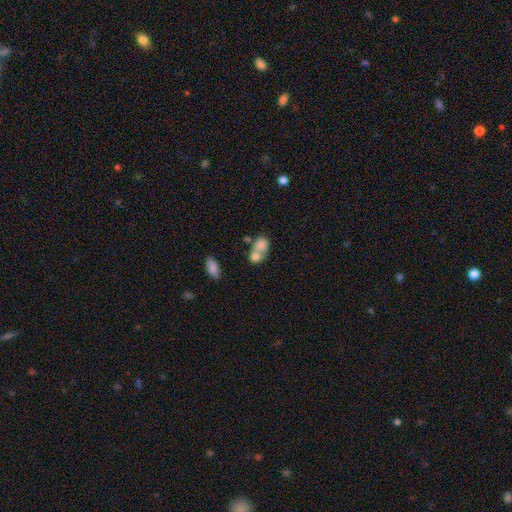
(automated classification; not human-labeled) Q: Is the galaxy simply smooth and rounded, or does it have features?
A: smooth — 73%.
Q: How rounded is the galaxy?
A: in between — 60%.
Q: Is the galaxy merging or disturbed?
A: merger — 67%.